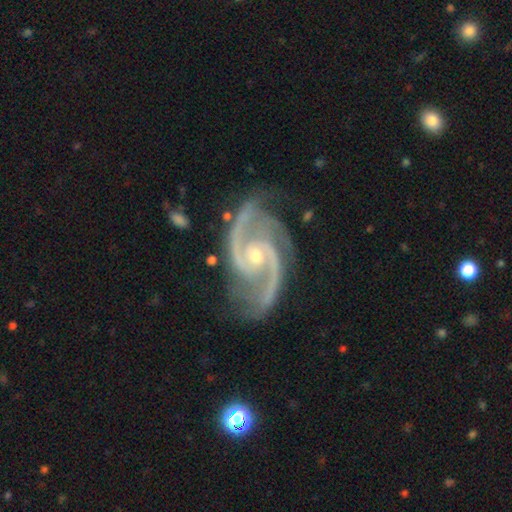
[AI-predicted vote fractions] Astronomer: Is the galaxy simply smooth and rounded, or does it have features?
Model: featured or disk — 94%.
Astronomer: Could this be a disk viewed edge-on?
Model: no — 98%.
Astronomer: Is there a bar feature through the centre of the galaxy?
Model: no — 61%.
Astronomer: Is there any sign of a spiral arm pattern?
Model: yes — 99%.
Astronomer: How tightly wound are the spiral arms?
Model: medium — 61%.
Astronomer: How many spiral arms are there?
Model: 2 — 77%.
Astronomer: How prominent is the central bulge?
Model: small — 50% (runner-up: moderate, 47%).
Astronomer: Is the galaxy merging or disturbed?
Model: none — 71%.